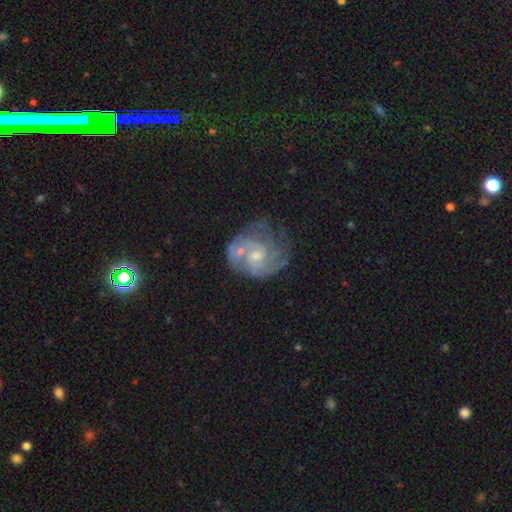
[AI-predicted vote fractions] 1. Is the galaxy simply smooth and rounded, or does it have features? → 78% featured or disk, 14% smooth, 8% star or artifact.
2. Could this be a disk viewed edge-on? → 98% no, 2% yes.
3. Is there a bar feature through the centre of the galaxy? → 59% no, 36% weak, 5% strong.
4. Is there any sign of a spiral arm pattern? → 89% yes, 11% no.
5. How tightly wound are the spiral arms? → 54% tight, 36% medium, 10% loose.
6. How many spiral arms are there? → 37% can't tell, 24% 2, 21% 3, 8% 4, 5% 1, 4% more than 4.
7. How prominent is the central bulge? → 50% small, 41% moderate, 6% none, 2% large, 1% dominant.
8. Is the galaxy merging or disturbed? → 48% none, 21% minor disturbance, 16% merger, 15% major disturbance.